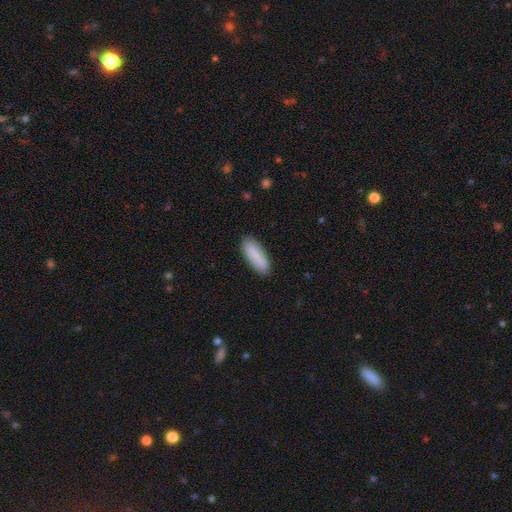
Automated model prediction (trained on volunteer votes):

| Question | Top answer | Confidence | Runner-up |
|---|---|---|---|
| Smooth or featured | smooth | 80% | featured or disk (14%) |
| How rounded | in between | 62% | cigar-shaped (36%) |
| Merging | none | 83% | minor disturbance (12%) |